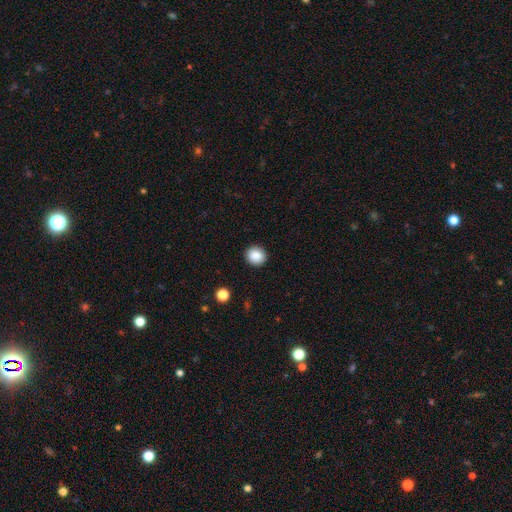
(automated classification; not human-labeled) Smooth or featured: smooth — 88% (star or artifact — 9%)
How rounded: round — 88% (in between — 11%)
Merging: none — 92% (minor disturbance — 5%)